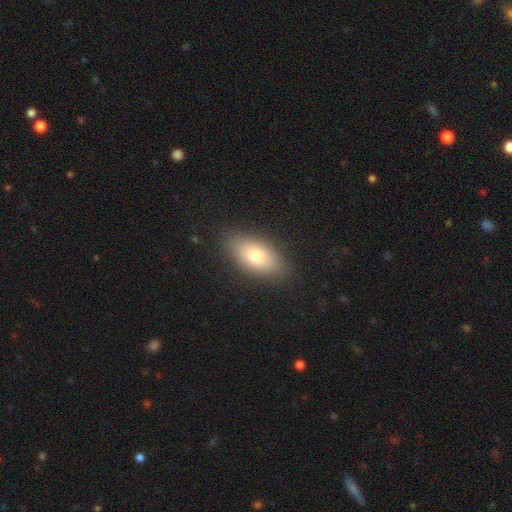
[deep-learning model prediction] smooth-or-featured: smooth: 73% | featured or disk: 19% | star or artifact: 8%
  how-rounded: in between: 87% | cigar-shaped: 8% | round: 5%
  merging: none: 86% | minor disturbance: 10% | major disturbance: 3% | merger: 1%